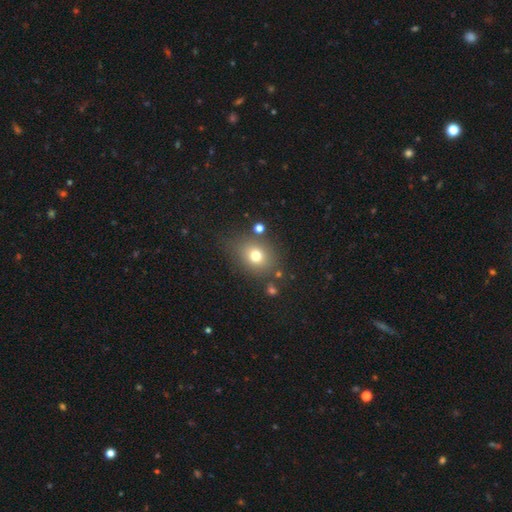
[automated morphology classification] smooth-or-featured: smooth: 74% | star or artifact: 14% | featured or disk: 12%
  how-rounded: round: 53% | in between: 46% | cigar-shaped: 1%
  merging: none: 73% | minor disturbance: 15% | major disturbance: 6% | merger: 6%